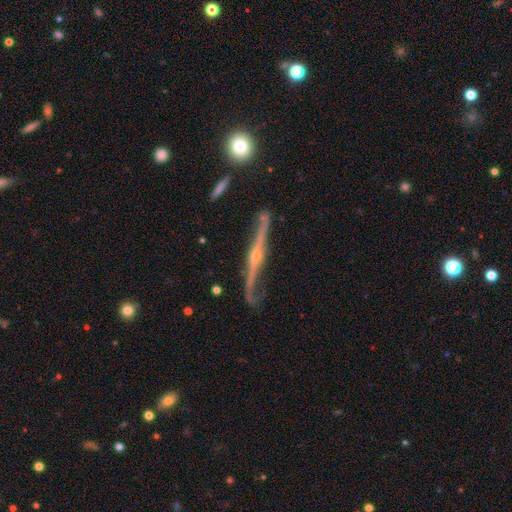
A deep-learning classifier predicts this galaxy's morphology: featured or disk 88%, smooth 6%, star or artifact 5%. Down the decision tree: edge-on disk — yes (88%); edge-on bulge — rounded (88%); merging — none (66%).